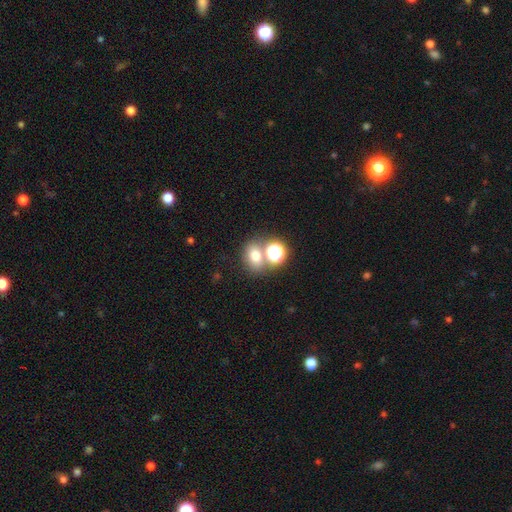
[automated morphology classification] A smooth galaxy with no disk features (69%) that is round (51%).

Vote fractions:
- Smooth or featured? smooth: 69% / star or artifact: 20% / featured or disk: 12%
- How rounded? round: 51% / in between: 48% / cigar-shaped: 1%
- Merging? none: 57% / merger: 28% / minor disturbance: 10% / major disturbance: 5%